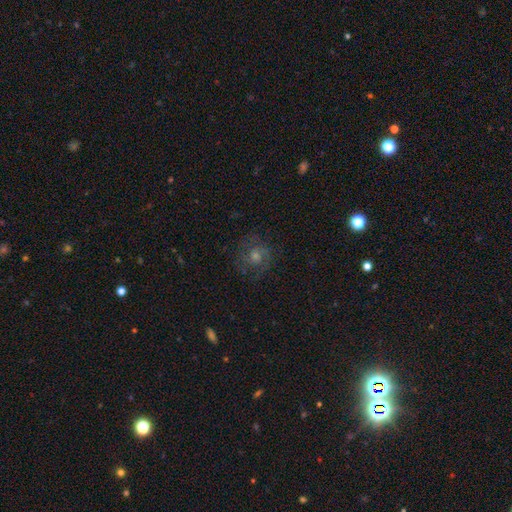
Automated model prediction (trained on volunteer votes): Smooth or featured? Predicted: featured or disk (p=0.56). Edge-on disk? Predicted: no (p=0.97). Bar? Predicted: no (p=0.69). Spiral arms? Predicted: yes (p=0.88). Bulge size? Predicted: moderate (p=0.52). Merging? Predicted: none (p=0.78).